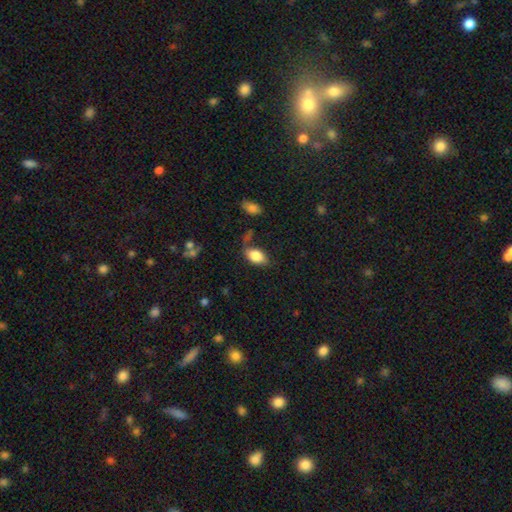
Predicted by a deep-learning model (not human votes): smooth_or_featured: smooth (p=0.83) [alt: featured or disk p=0.10]
how_rounded: in between (p=0.91) [alt: round p=0.07]
merging: none (p=0.54) [alt: minor disturbance p=0.26]